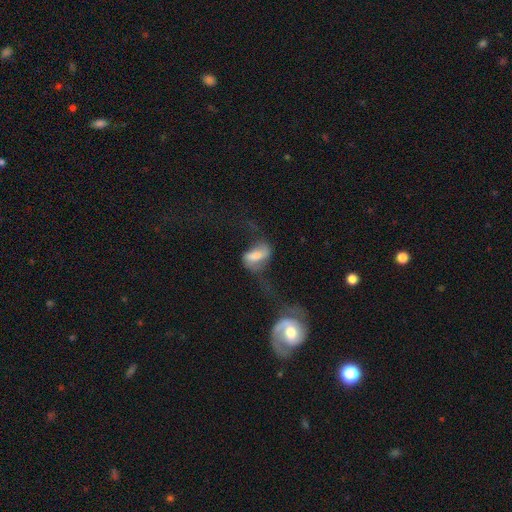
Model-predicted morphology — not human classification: This appears to be a featured or disk galaxy (50%). Merging: major disturbance (40%).